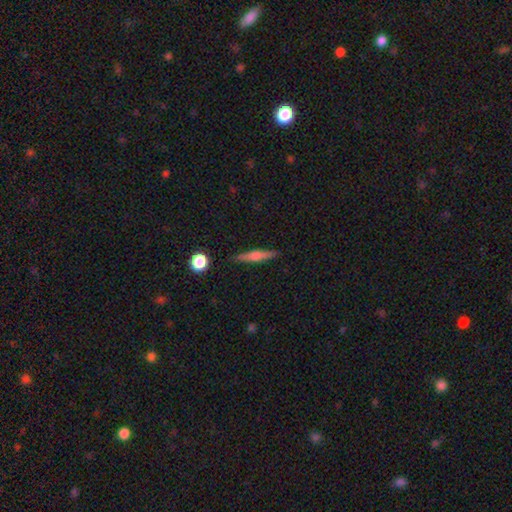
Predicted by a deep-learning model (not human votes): Morphology: type=featured or disk (47%); merging=none (88%).